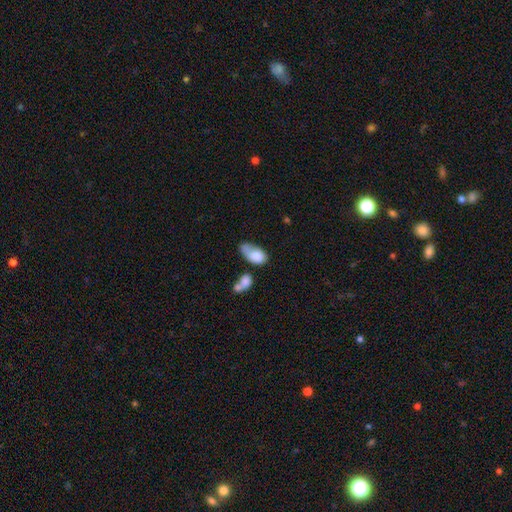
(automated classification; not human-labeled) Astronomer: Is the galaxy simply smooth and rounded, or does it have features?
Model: smooth — 78%.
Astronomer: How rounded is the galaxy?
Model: in between — 90%.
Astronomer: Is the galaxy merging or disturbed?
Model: merger — 35% (runner-up: none, 23%).